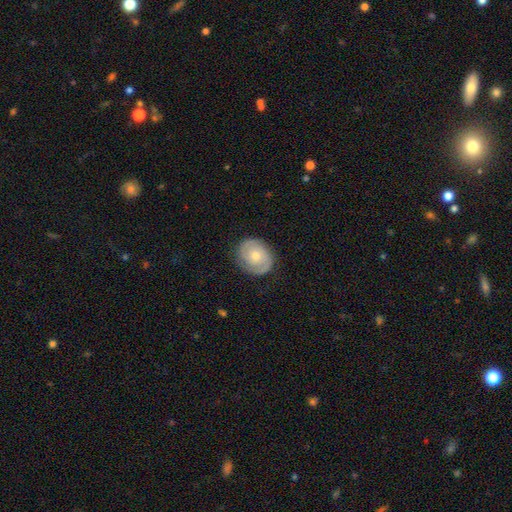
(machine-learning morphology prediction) Smooth or featured: featured or disk — 61% (smooth — 32%)
Edge-on disk: no — 97% (yes — 3%)
Bar: no — 78% (weak — 19%)
Spiral arms: yes — 83% (no — 17%)
Bulge size: moderate — 55% (small — 40%)
Merging: none — 81% (minor disturbance — 14%)